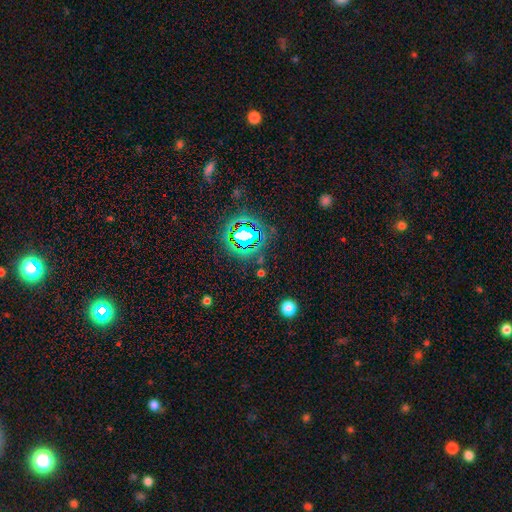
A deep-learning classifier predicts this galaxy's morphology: This appears to be a star or artifact, not a galaxy (79%).